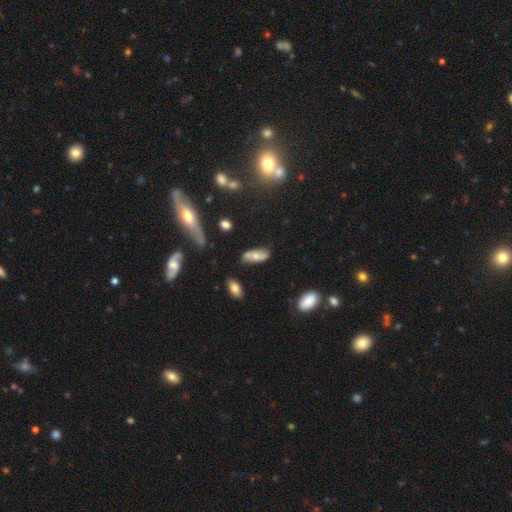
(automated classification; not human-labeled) Smooth or featured? Predicted: smooth (p=0.57). How rounded? Predicted: in between (p=0.81). Merging? Predicted: none (p=0.69).